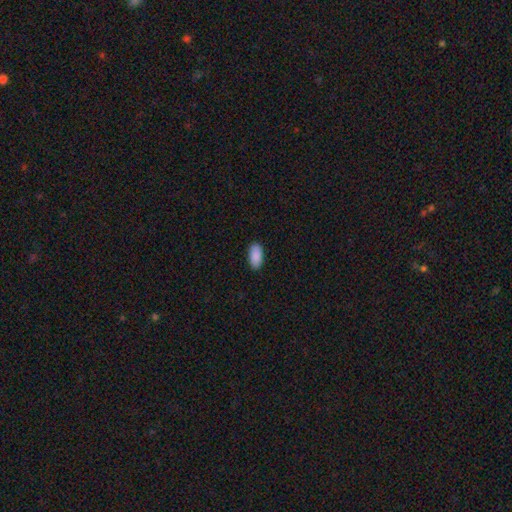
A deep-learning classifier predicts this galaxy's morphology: smooth 90%, star or artifact 6%, featured or disk 3%. Down the decision tree: how rounded — in between (93%); merging — none (89%).